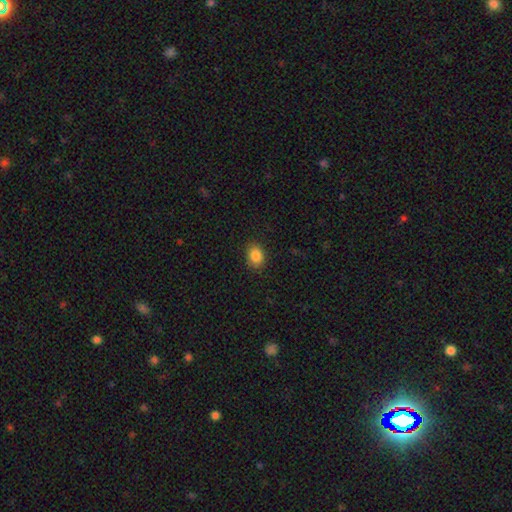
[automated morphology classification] Smooth or featured?
  - smooth: 86% *
  - star or artifact: 9%
  - featured or disk: 5%
How rounded?
  - in between: 65% *
  - round: 34%
  - cigar-shaped: 1%
Merging?
  - none: 88% *
  - minor disturbance: 9%
  - major disturbance: 2%
  - merger: 1%